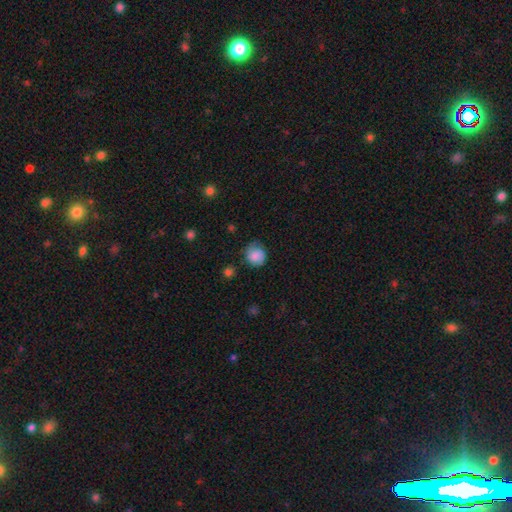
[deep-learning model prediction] Smooth or featured? smooth (80%)
How rounded? round (80%)
Merging? none (63%)